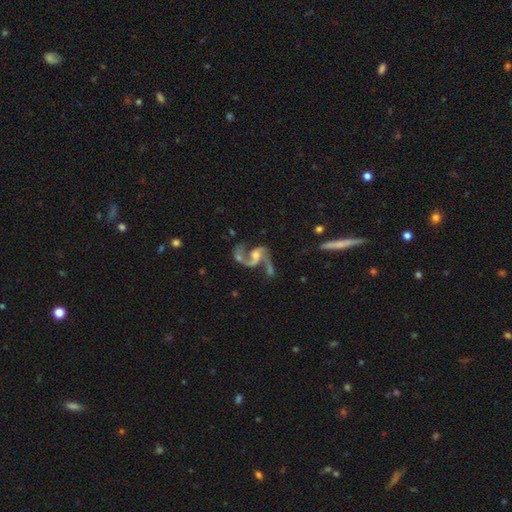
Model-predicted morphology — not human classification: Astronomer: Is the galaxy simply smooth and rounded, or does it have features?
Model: featured or disk — 86%.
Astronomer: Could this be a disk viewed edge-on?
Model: no — 98%.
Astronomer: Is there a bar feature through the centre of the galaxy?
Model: no — 53% (runner-up: weak, 35%).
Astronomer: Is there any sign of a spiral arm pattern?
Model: yes — 94%.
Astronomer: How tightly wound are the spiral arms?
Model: loose — 65%.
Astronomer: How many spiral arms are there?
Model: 2 — 84%.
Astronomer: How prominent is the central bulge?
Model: moderate — 51% (runner-up: small, 36%).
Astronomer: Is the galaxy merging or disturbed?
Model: none — 40% (runner-up: major disturbance, 23%).